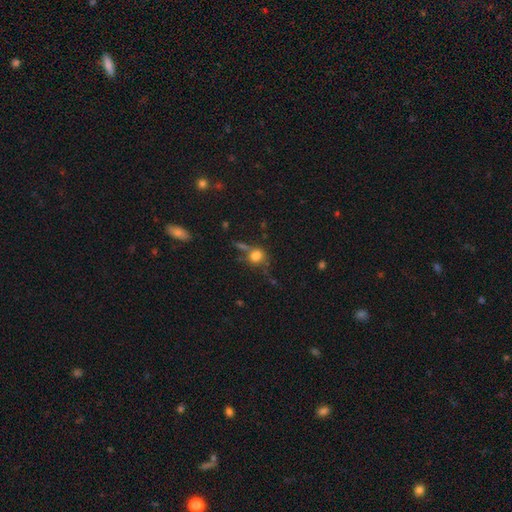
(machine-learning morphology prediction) A smooth galaxy with no disk features (76%) that is round (73%).

Vote fractions:
- Smooth or featured? smooth: 76% / star or artifact: 13% / featured or disk: 11%
- How rounded? round: 73% / in between: 25% / cigar-shaped: 2%
- Merging? none: 54% / minor disturbance: 18% / merger: 17% / major disturbance: 11%